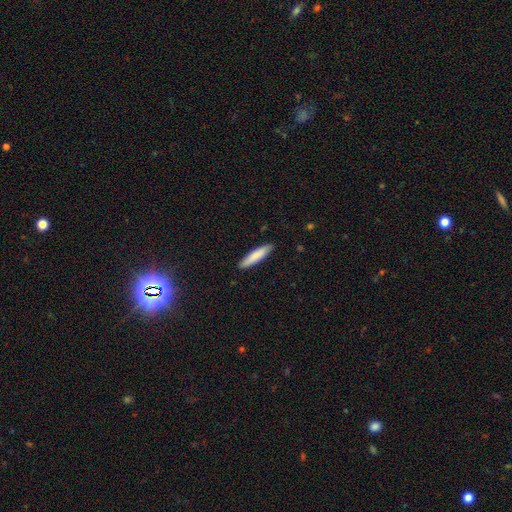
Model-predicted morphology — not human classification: smooth-or-featured: smooth: 82% | featured or disk: 13% | star or artifact: 5%
  how-rounded: cigar-shaped: 83% | in between: 16% | round: 1%
  merging: none: 90% | minor disturbance: 8% | major disturbance: 2% | merger: 1%